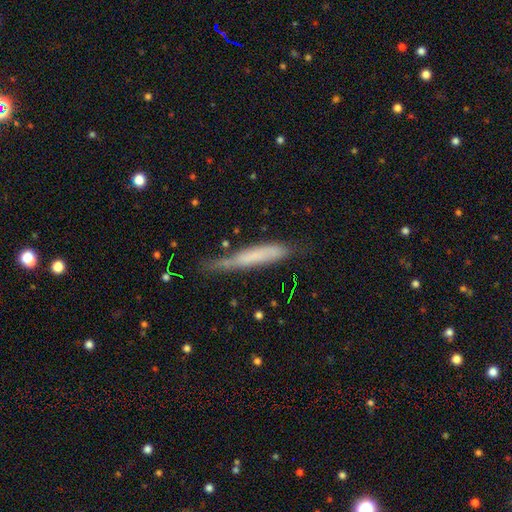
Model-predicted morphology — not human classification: smooth-or-featured: smooth: 60% | featured or disk: 32% | star or artifact: 8%
  how-rounded: cigar-shaped: 91% | in between: 7% | round: 1%
  merging: none: 51% | minor disturbance: 33% | major disturbance: 12% | merger: 4%